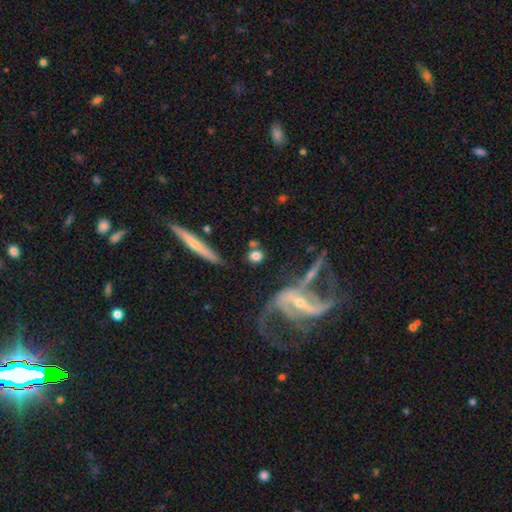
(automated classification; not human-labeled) A smooth galaxy with no disk features (74%) that is round (71%). Merging: none (66%).